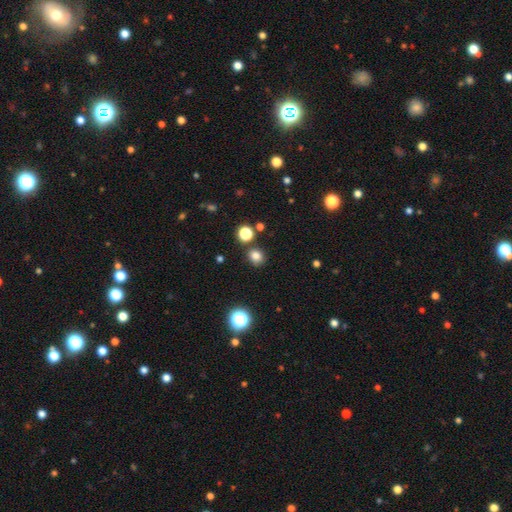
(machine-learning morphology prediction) Smooth or featured: smooth — 80% (star or artifact — 15%)
How rounded: round — 79% (in between — 20%)
Merging: none — 84% (minor disturbance — 8%)